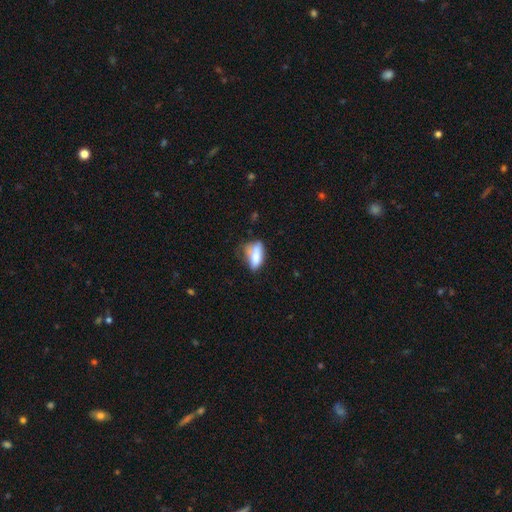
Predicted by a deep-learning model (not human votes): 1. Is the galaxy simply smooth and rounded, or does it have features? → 73% smooth, 18% featured or disk, 9% star or artifact.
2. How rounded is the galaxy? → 80% in between, 16% cigar-shaped, 4% round.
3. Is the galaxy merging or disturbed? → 36% none, 34% minor disturbance, 18% major disturbance, 12% merger.